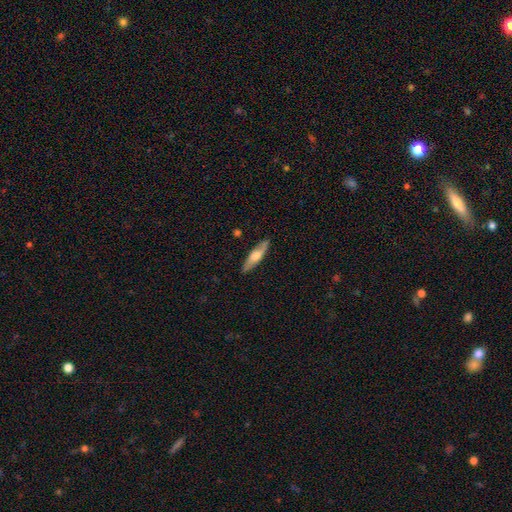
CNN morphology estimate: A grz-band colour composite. It shows a smooth galaxy with no disk features (52%) that is cigar-shaped (74%). Merging: none (87%).